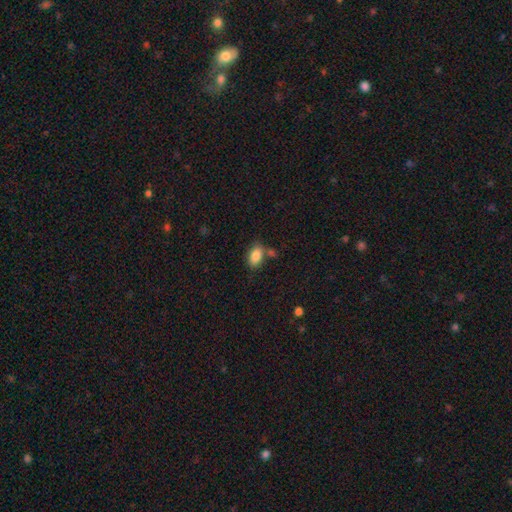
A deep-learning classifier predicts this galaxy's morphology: Smooth or featured?
  - smooth: 86% *
  - star or artifact: 8%
  - featured or disk: 6%
How rounded?
  - in between: 90% *
  - round: 8%
  - cigar-shaped: 2%
Merging?
  - none: 64% *
  - merger: 17%
  - minor disturbance: 15%
  - major disturbance: 5%